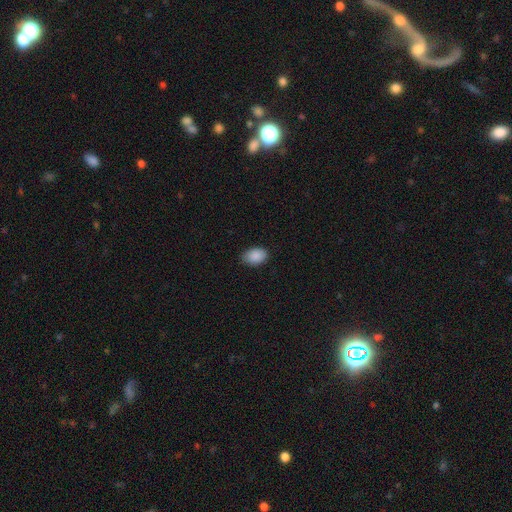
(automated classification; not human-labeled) The model was most divided on "merging": none: 83%, minor disturbance: 14%, major disturbance: 2%, merger: 1%. More confident: smooth or featured — smooth (90%); how rounded — in between (86%).